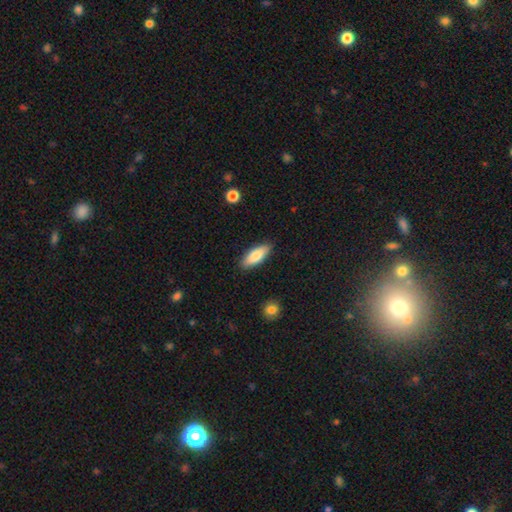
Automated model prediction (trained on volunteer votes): Smooth or featured? smooth (80%)
How rounded? in between (68%)
Merging? none (88%)